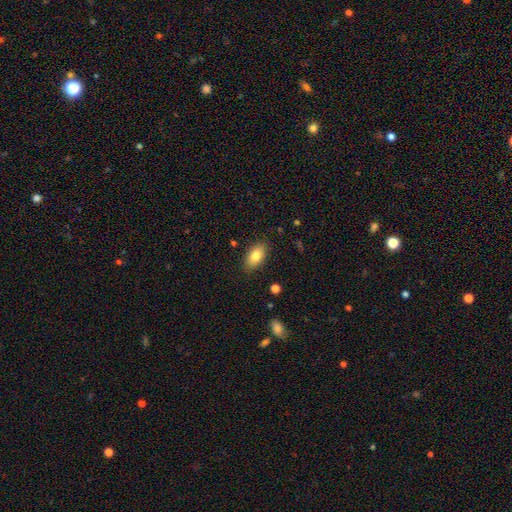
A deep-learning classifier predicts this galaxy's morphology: This is clearly a smooth galaxy (81%). How rounded: clearly in between (91%). Merging: clearly none (86%).